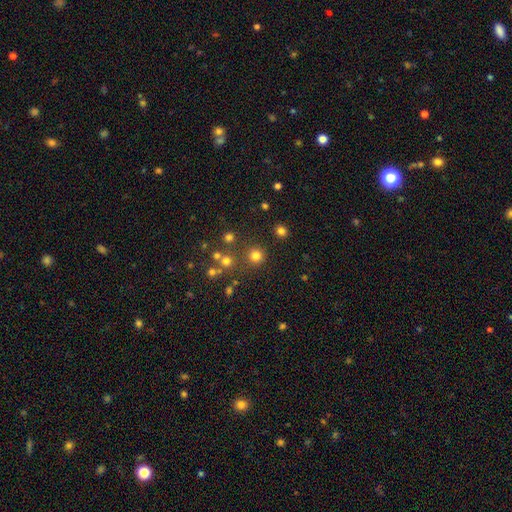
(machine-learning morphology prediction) Smooth or featured?
  - smooth: 76% *
  - star or artifact: 18%
  - featured or disk: 6%
How rounded?
  - round: 94% *
  - in between: 5%
  - cigar-shaped: 1%
Merging?
  - none: 83% *
  - merger: 7%
  - minor disturbance: 7%
  - major disturbance: 3%